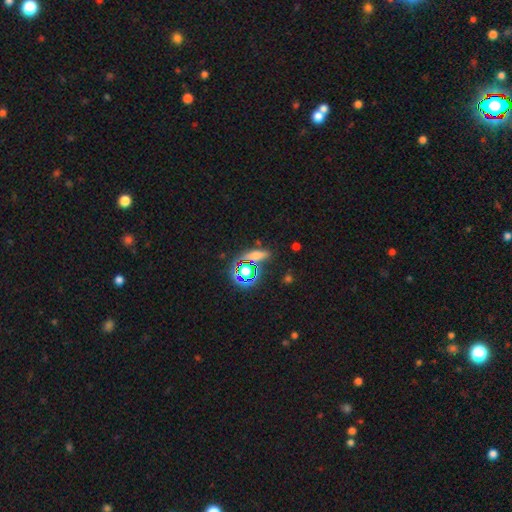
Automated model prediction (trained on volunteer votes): smooth 49%, star or artifact 36%, featured or disk 15%. Down the decision tree: merging — none (75%).